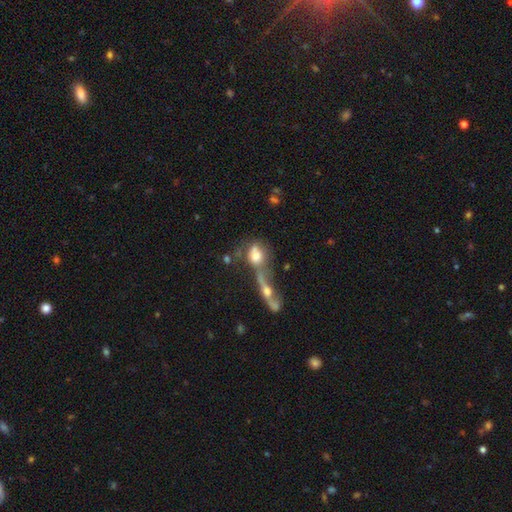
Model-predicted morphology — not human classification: The model was most divided on "how rounded": round: 56%, in between: 38%, cigar-shaped: 6%. More confident: smooth or featured — smooth (63%); merging — merger (55%).